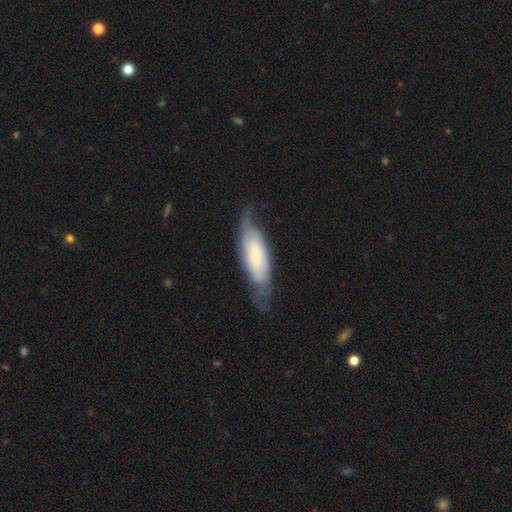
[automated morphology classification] smooth_or_featured: featured or disk (p=0.51) [alt: smooth p=0.43]
disk_edge_on: no (p=0.74) [alt: yes p=0.26]
merging: none (p=0.56) [alt: minor disturbance p=0.28]